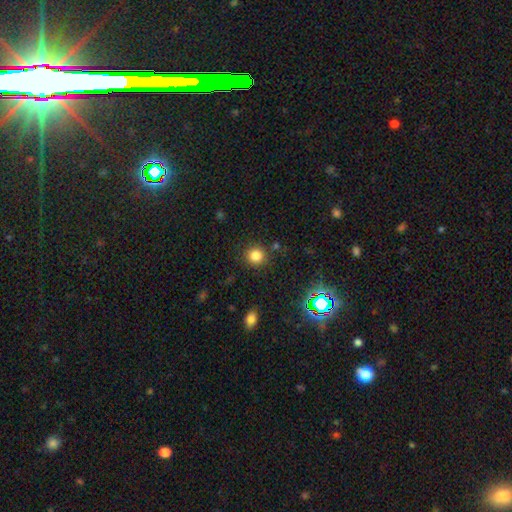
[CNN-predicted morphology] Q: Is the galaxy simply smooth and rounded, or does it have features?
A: smooth — 81%.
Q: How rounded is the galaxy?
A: round — 92%.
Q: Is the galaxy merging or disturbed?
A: none — 87%.